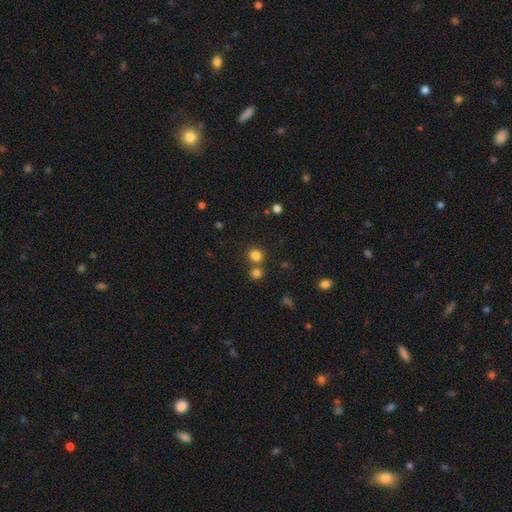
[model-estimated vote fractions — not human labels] A smooth galaxy with no disk features (80%) that is round (85%). Merging: none (68%).